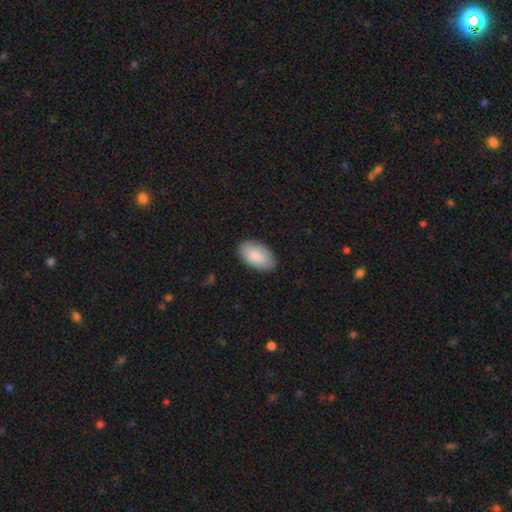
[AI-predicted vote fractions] smooth-or-featured: smooth: 88% | featured or disk: 7% | star or artifact: 5%
  how-rounded: in between: 96% | round: 3% | cigar-shaped: 1%
  merging: none: 86% | minor disturbance: 11% | major disturbance: 2% | merger: 1%